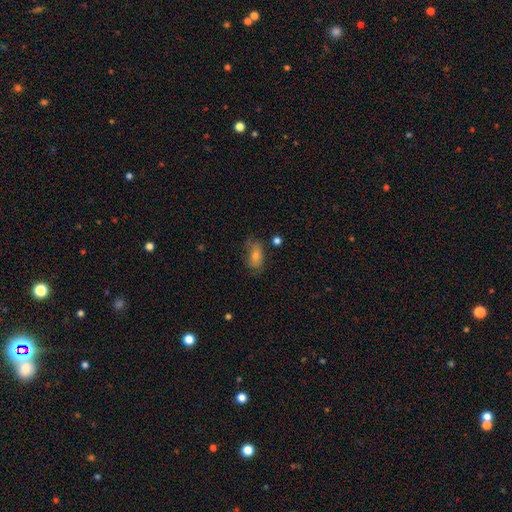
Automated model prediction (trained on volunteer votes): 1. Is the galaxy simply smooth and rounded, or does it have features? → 58% smooth, 28% featured or disk, 14% star or artifact.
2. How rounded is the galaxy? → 81% in between, 11% cigar-shaped, 8% round.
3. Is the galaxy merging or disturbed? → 69% none, 21% minor disturbance, 8% major disturbance, 3% merger.